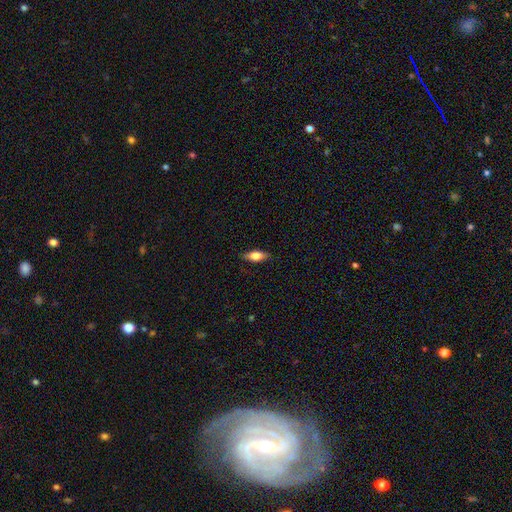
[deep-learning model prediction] Smooth or featured: smooth — 72% (featured or disk — 21%)
How rounded: in between — 77% (cigar-shaped — 19%)
Merging: none — 83% (minor disturbance — 13%)